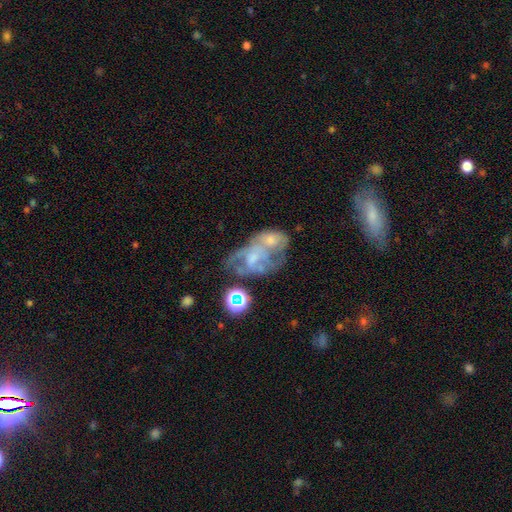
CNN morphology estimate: Q: Smooth or featured?
A: featured or disk (62%); runner-up: smooth (24%)
Q: Edge-on disk?
A: no (96%); runner-up: yes (4%)
Q: Bar?
A: no (73%); runner-up: weak (22%)
Q: Spiral arms?
A: no (51%); runner-up: yes (49%)
Q: Bulge size?
A: small (40%); runner-up: moderate (29%)
Q: Merging?
A: merger (48%); runner-up: none (21%)